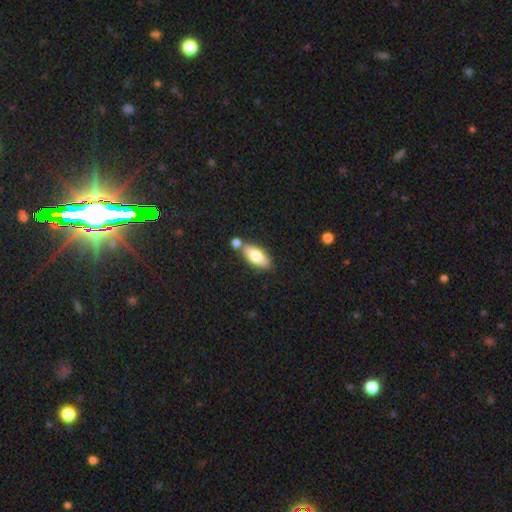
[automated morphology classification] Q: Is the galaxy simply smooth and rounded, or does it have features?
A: smooth — 73%.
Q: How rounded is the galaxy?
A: in between — 82%.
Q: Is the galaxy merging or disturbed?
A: none — 68%.